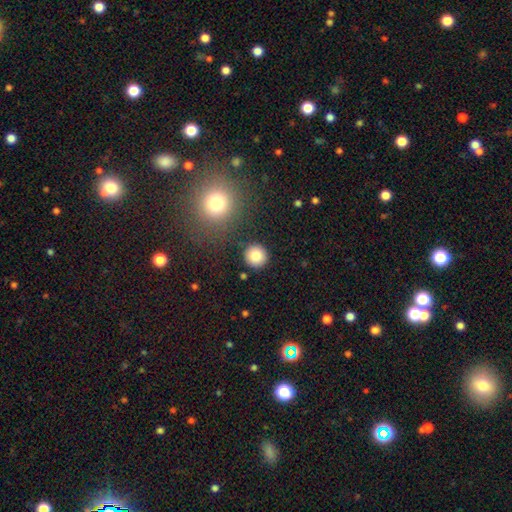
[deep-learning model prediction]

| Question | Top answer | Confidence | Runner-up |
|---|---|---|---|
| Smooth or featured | smooth | 83% | star or artifact (10%) |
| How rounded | round | 95% | in between (4%) |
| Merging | none | 90% | minor disturbance (6%) |